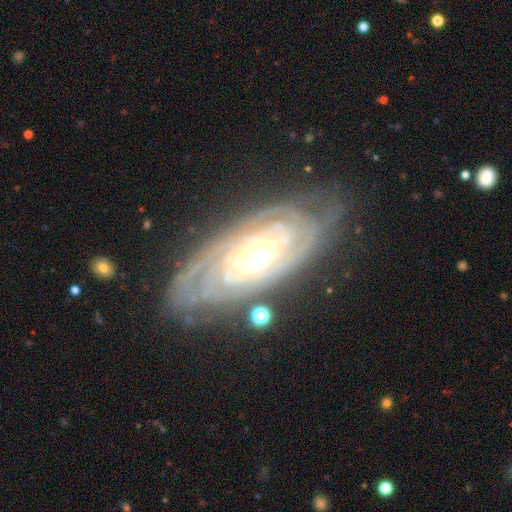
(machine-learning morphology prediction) Q: Smooth or featured?
A: featured or disk (89%); runner-up: smooth (6%)
Q: Edge-on disk?
A: no (92%); runner-up: yes (8%)
Q: Bar?
A: no (58%); runner-up: weak (26%)
Q: Spiral arms?
A: yes (97%); runner-up: no (3%)
Q: Spiral winding?
A: tight (83%); runner-up: medium (15%)
Q: Spiral arm count?
A: can't tell (32%); runner-up: 3 (20%)
Q: Bulge size?
A: moderate (67%); runner-up: small (18%)
Q: Merging?
A: none (76%); runner-up: minor disturbance (16%)